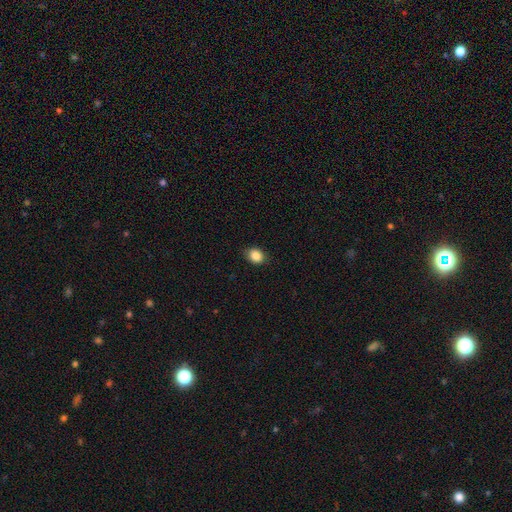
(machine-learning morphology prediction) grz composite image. It shows a smooth galaxy with no disk features (87%) that is in between round and cigar-shaped (56%). Merging: none (85%).